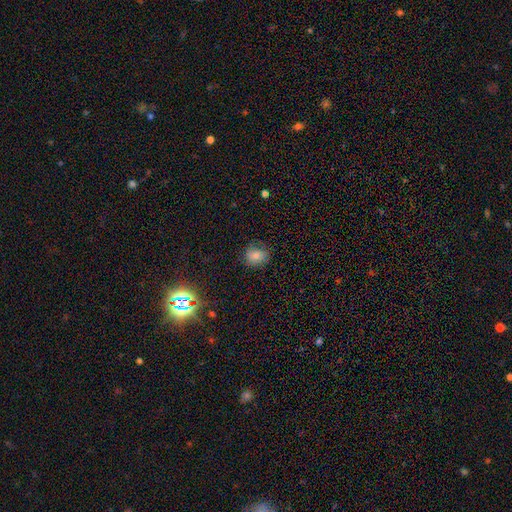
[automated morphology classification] smooth_or_featured: smooth (p=0.76) [alt: star or artifact p=0.13]
how_rounded: round (p=0.66) [alt: in between p=0.33]
merging: none (p=0.76) [alt: minor disturbance p=0.18]